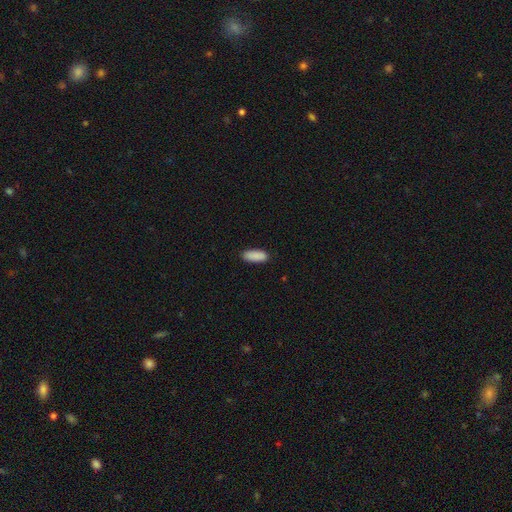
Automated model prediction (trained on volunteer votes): smooth_or_featured: smooth (p=0.90) [alt: star or artifact p=0.06]
how_rounded: in between (p=0.76) [alt: cigar-shaped p=0.22]
merging: none (p=0.88) [alt: minor disturbance p=0.09]